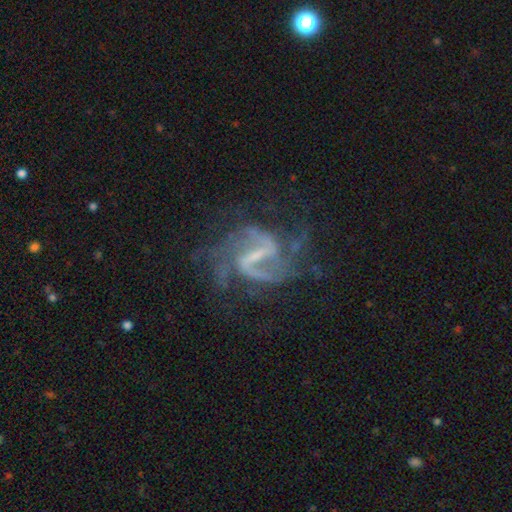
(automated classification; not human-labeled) This appears to be a featured or disk galaxy (88%) with a strong bar (55%), 2 (71%) medium (48%) spiral arms (95%) and a small central bulge (52%). Merging: none (55%).